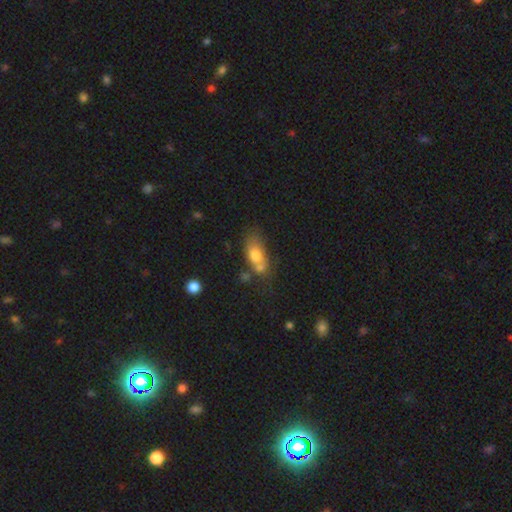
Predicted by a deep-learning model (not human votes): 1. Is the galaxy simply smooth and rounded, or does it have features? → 70% smooth, 20% featured or disk, 9% star or artifact.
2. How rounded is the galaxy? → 79% in between, 11% cigar-shaped, 10% round.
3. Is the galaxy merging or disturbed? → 37% none, 34% merger, 19% minor disturbance, 10% major disturbance.